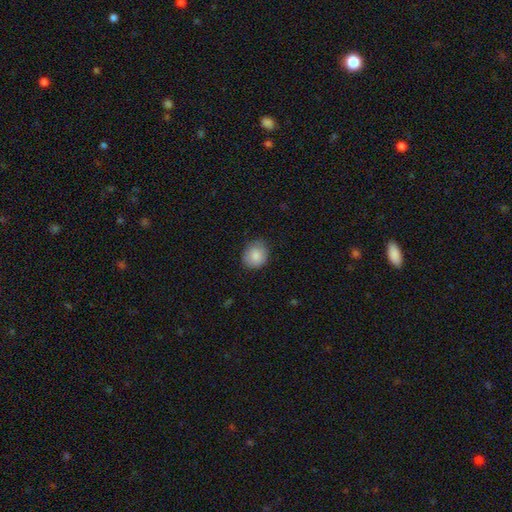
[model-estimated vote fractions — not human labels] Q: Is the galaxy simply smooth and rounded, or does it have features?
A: smooth — 85%.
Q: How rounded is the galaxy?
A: round — 72%.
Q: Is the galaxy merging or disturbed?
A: none — 78%.